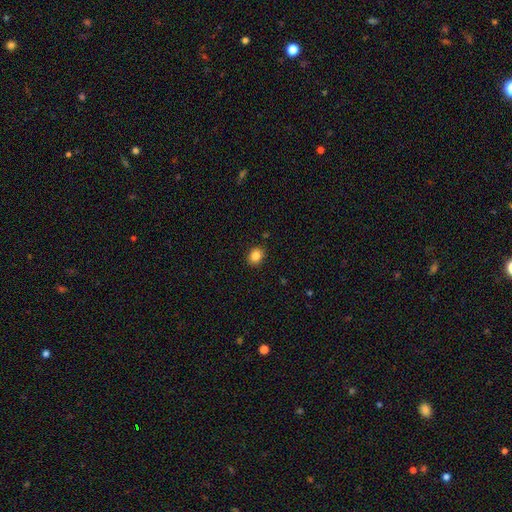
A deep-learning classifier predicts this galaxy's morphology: smooth-or-featured: smooth: 86% | star or artifact: 10% | featured or disk: 4%
  how-rounded: round: 56% | in between: 43% | cigar-shaped: 1%
  merging: none: 89% | minor disturbance: 8% | major disturbance: 2% | merger: 1%